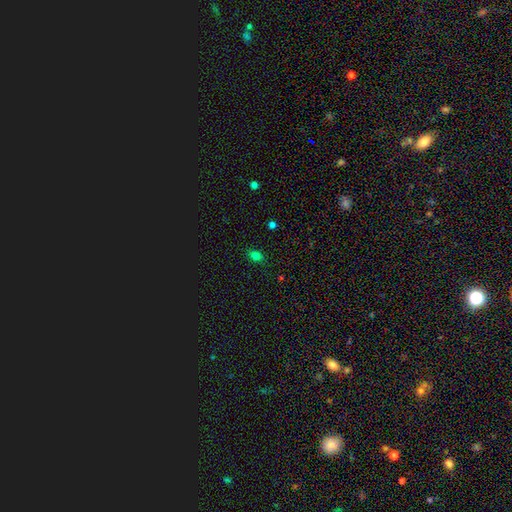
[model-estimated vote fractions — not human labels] This is likely a smooth galaxy (76%). How rounded: likely in between (63%). Merging: clearly none (85%).